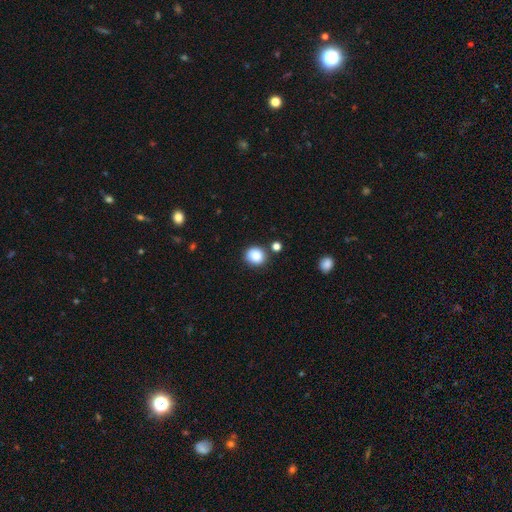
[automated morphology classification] A smooth galaxy with no disk features (87%) that is round (82%). Merging: none (82%).